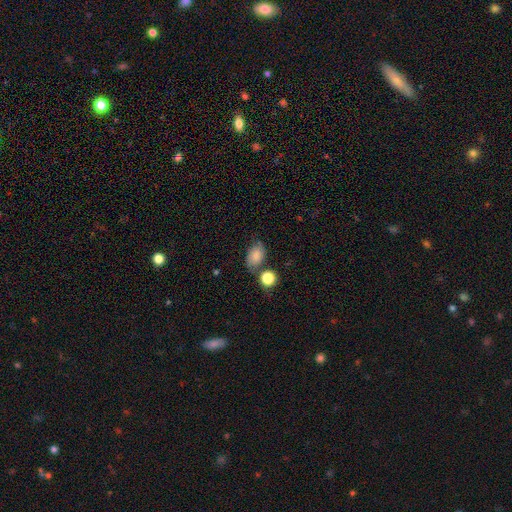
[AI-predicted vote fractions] The model was most divided on "merging": none: 60%, minor disturbance: 21%, merger: 12%, major disturbance: 7%. More confident: how rounded — in between (81%); smooth or featured — smooth (76%).